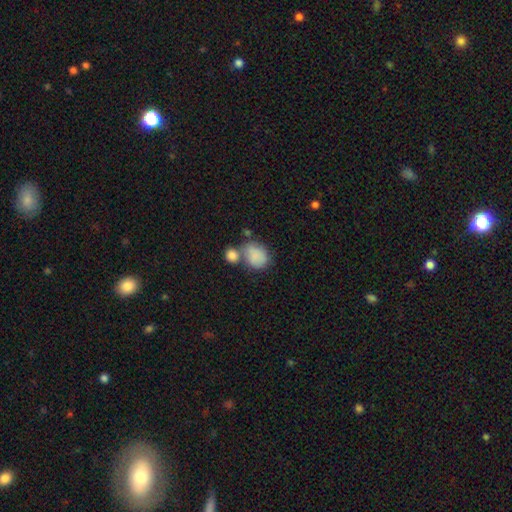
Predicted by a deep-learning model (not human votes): smooth-or-featured: smooth: 84% | featured or disk: 8% | star or artifact: 8%
  how-rounded: in between: 50% | round: 49% | cigar-shaped: 1%
  merging: none: 41% | merger: 35% | minor disturbance: 17% | major disturbance: 8%